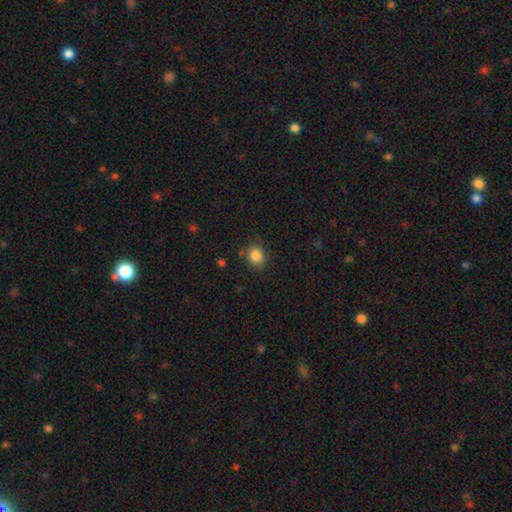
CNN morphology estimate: Smooth or featured? Predicted: smooth (p=0.85). How rounded? Predicted: round (p=0.67). Merging? Predicted: none (p=0.80).